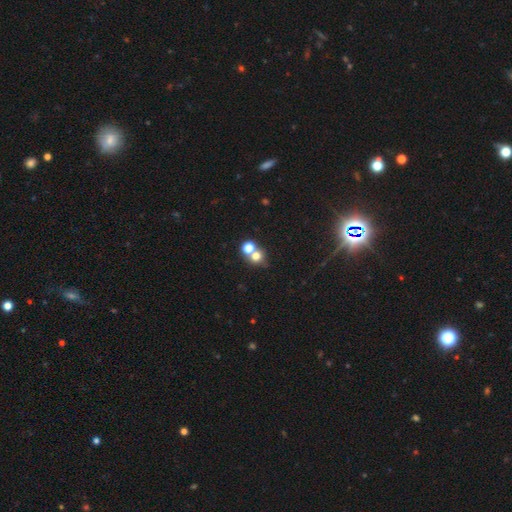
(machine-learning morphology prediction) This appears to be a smooth galaxy with no disk features (70%) that is round (80%). Merging: merger (47%).